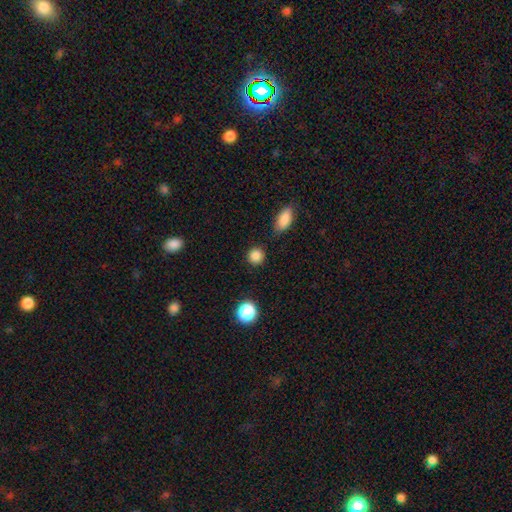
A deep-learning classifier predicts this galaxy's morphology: Smooth or featured? smooth (85%)
How rounded? round (91%)
Merging? none (87%)